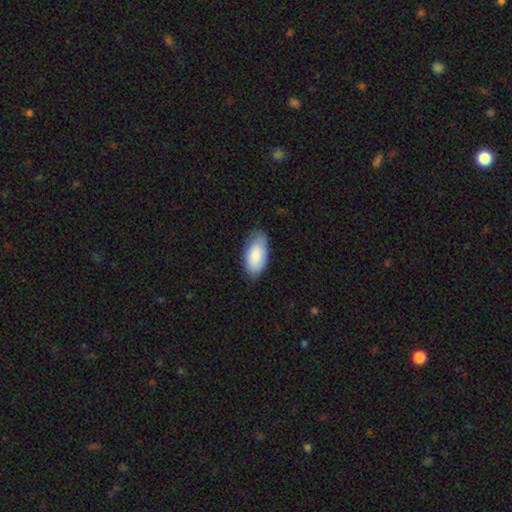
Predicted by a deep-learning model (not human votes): smooth_or_featured: smooth (p=0.86) [alt: featured or disk p=0.09]
how_rounded: in between (p=0.94) [alt: cigar-shaped p=0.04]
merging: none (p=0.77) [alt: minor disturbance p=0.19]